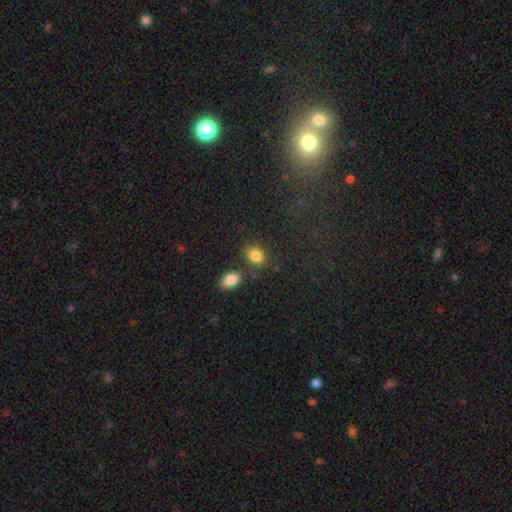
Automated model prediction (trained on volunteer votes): smooth 85%, star or artifact 10%, featured or disk 6%. Down the decision tree: how rounded — in between (61%); merging — none (72%).